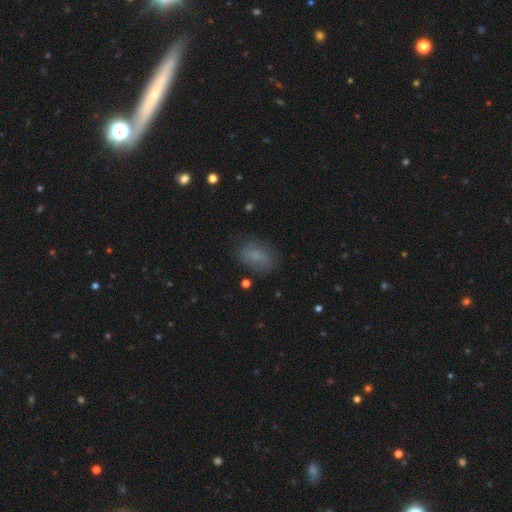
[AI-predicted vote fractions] The model was most divided on "merging": none: 76%, minor disturbance: 17%, major disturbance: 6%, merger: 2%. More confident: how rounded — in between (82%); smooth or featured — smooth (78%).